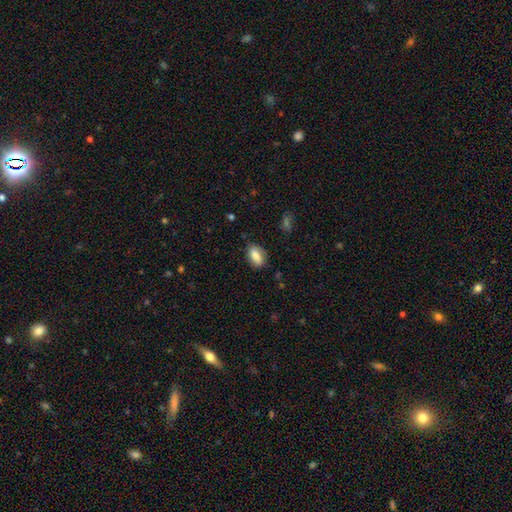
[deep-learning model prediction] Overall: smooth (80%). How rounded: in between (88%). Merging: none (78%).